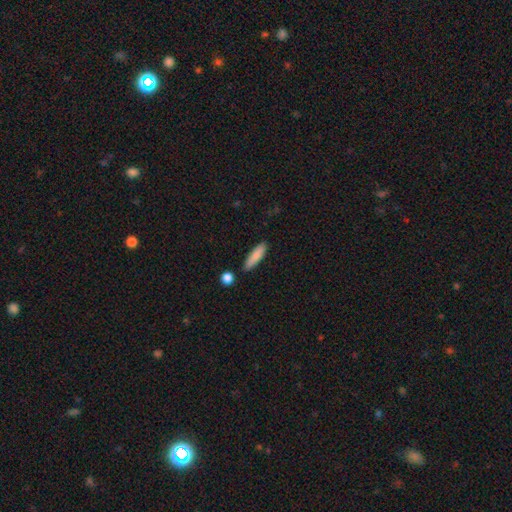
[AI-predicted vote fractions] smooth_or_featured: smooth (p=0.85) [alt: featured or disk p=0.09]
how_rounded: cigar-shaped (p=0.64) [alt: in between p=0.34]
merging: none (p=0.83) [alt: minor disturbance p=0.11]